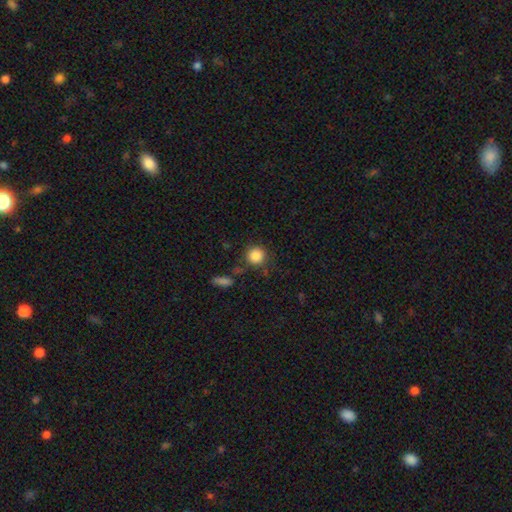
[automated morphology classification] Smooth or featured? smooth (86%)
How rounded? round (92%)
Merging? none (78%)